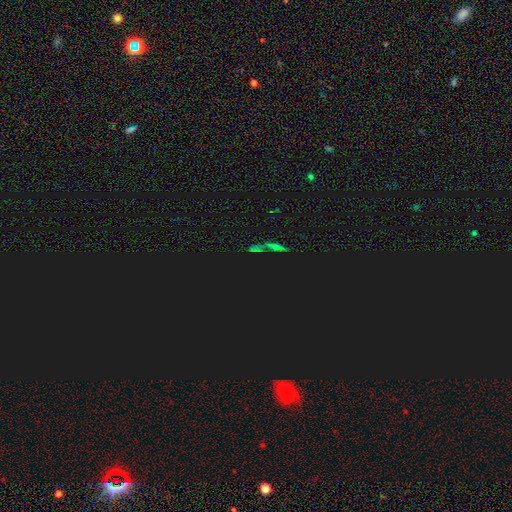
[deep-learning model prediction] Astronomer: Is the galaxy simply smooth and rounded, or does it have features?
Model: star or artifact — 70%.